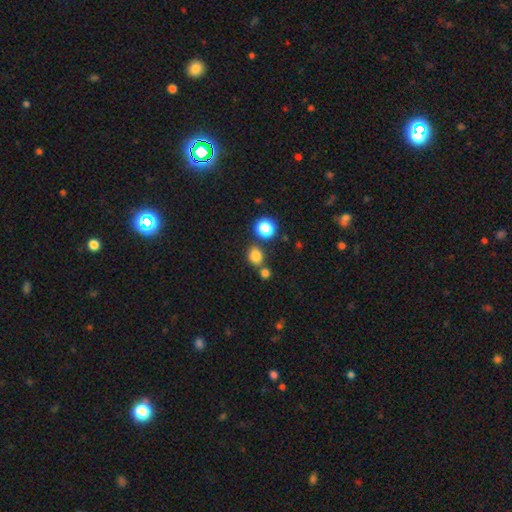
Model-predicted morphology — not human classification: Smooth or featured? Predicted: smooth (p=0.80). How rounded? Predicted: round (p=0.66). Merging? Predicted: none (p=0.69).